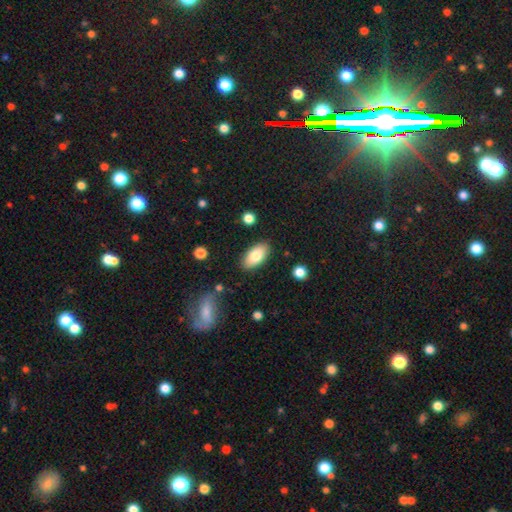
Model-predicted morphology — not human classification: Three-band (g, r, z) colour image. It shows a smooth galaxy with no disk features (80%) that is in between round and cigar-shaped (93%). Merging: none (86%).